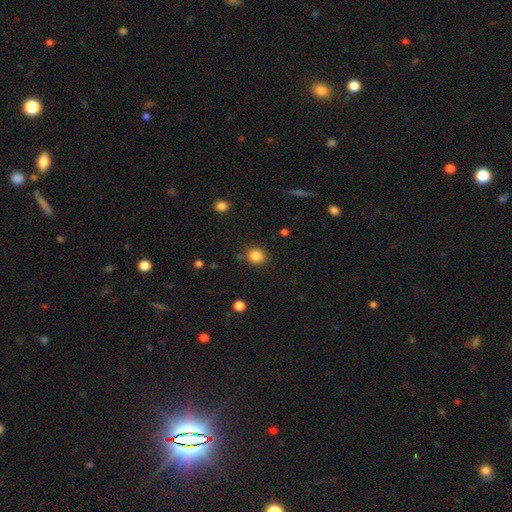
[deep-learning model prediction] Smooth or featured? Predicted: smooth (p=0.85). How rounded? Predicted: round (p=0.82). Merging? Predicted: none (p=0.85).